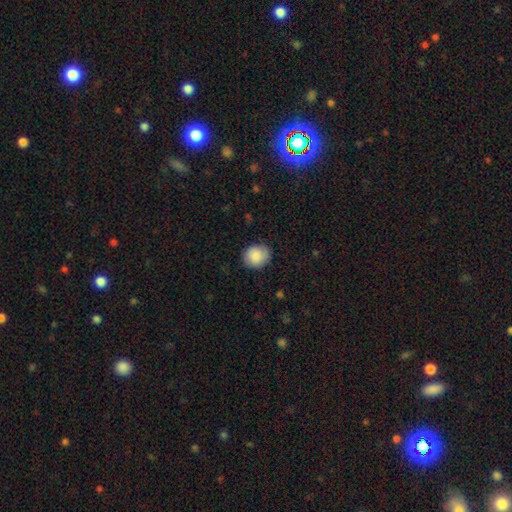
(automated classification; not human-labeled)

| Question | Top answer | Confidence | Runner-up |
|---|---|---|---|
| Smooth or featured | smooth | 87% | star or artifact (7%) |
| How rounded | round | 68% | in between (31%) |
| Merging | none | 84% | minor disturbance (12%) |